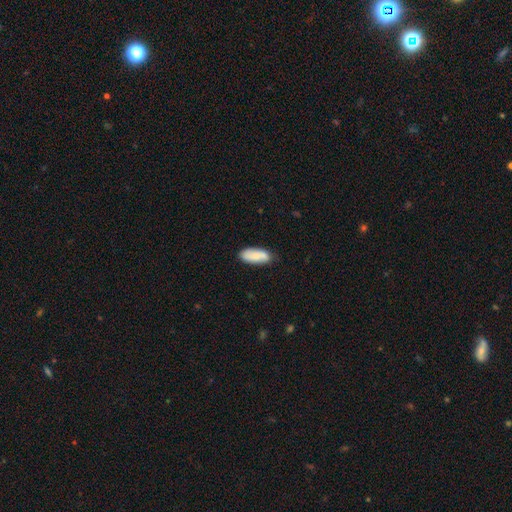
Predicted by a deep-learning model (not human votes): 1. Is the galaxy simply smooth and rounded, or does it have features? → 75% smooth, 19% featured or disk, 6% star or artifact.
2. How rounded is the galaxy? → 79% in between, 19% cigar-shaped, 2% round.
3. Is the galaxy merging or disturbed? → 77% none, 17% minor disturbance, 3% major disturbance, 3% merger.